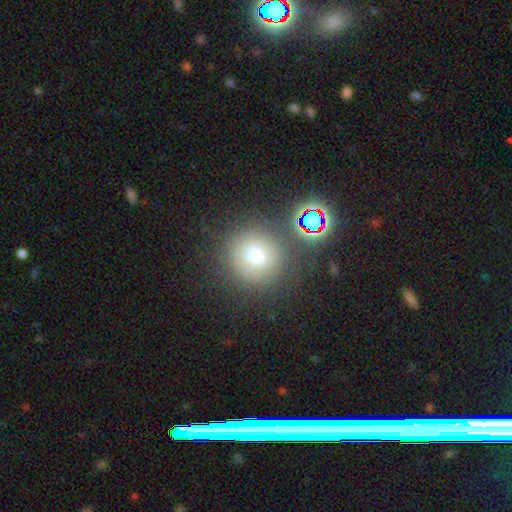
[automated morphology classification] This is likely a smooth galaxy (65%). How rounded: clearly round (92%). Merging: likely none (76%).